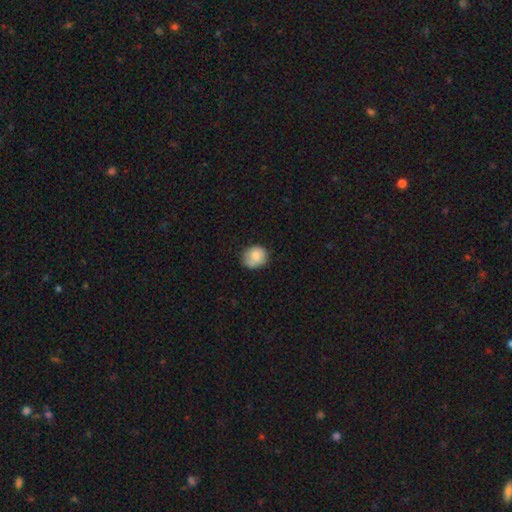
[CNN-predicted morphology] This is likely a smooth galaxy (78%). How rounded: likely round (72%). Merging: likely none (65%).